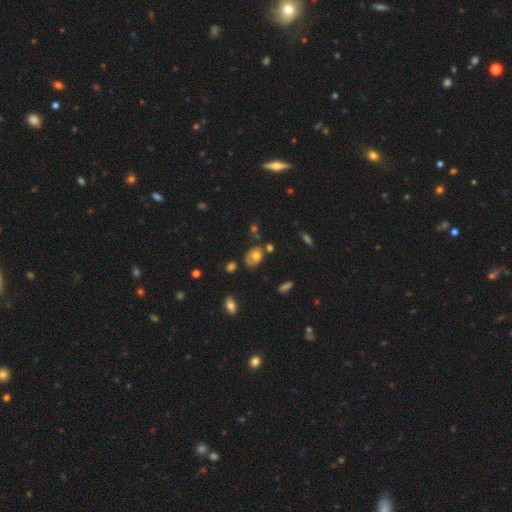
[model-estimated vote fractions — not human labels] Smooth or featured? smooth (66%)
How rounded? in between (76%)
Merging? none (55%)